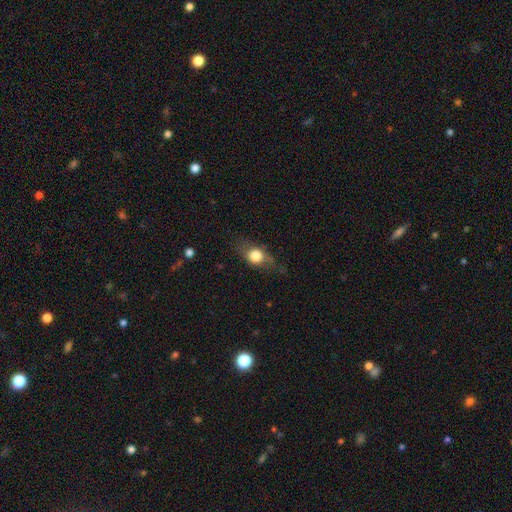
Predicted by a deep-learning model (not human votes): Smooth or featured?
  - smooth: 67% *
  - featured or disk: 24%
  - star or artifact: 9%
How rounded?
  - in between: 49% *
  - round: 45%
  - cigar-shaped: 6%
Merging?
  - none: 61% *
  - minor disturbance: 24%
  - major disturbance: 13%
  - merger: 2%